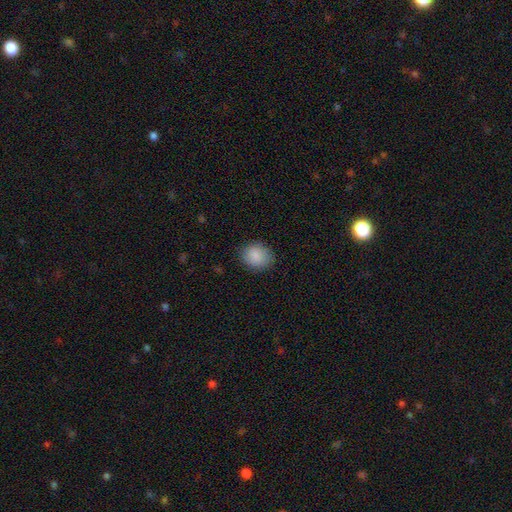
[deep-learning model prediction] This appears to be a smooth galaxy with no disk features (88%) that is round (69%). Merging: none (84%).